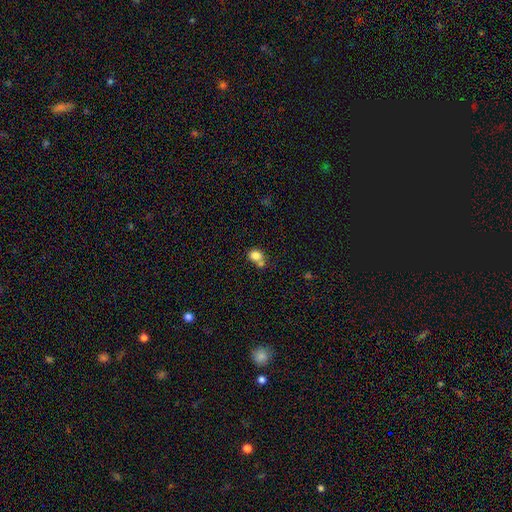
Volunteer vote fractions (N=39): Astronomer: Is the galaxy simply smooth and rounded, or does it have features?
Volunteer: smooth — 87%.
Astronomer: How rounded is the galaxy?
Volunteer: round — 79%.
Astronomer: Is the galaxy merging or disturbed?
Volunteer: merger — 47% (runner-up: none, 36%).